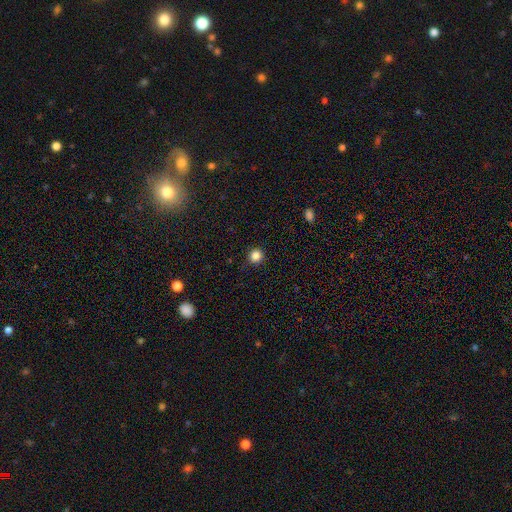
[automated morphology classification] smooth-or-featured: smooth: 84% | star or artifact: 12% | featured or disk: 4%
  how-rounded: round: 92% | in between: 8% | cigar-shaped: 1%
  merging: none: 90% | minor disturbance: 7% | major disturbance: 2% | merger: 1%